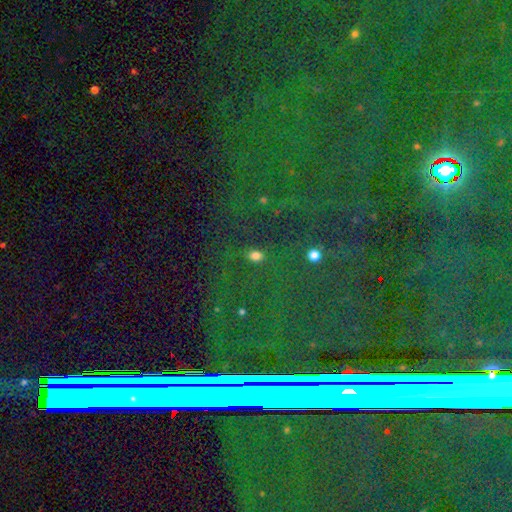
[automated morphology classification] A smooth galaxy with no disk features (72%) that is in between round and cigar-shaped (73%).

Vote fractions:
- Smooth or featured? smooth: 72% / star or artifact: 21% / featured or disk: 7%
- How rounded? in between: 73% / round: 24% / cigar-shaped: 4%
- Merging? none: 80% / minor disturbance: 11% / major disturbance: 5% / merger: 4%